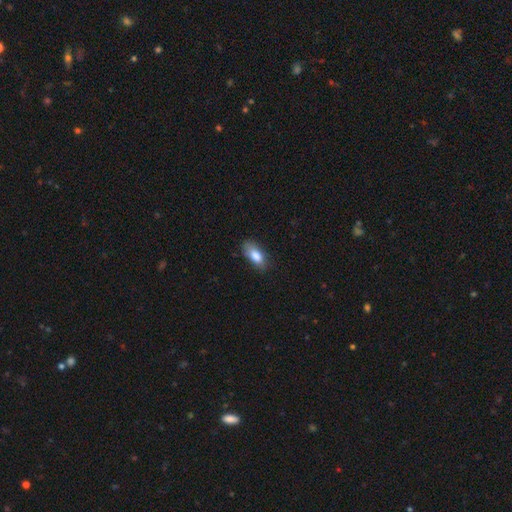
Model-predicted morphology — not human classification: Smooth or featured? smooth (81%)
How rounded? in between (85%)
Merging? none (67%)